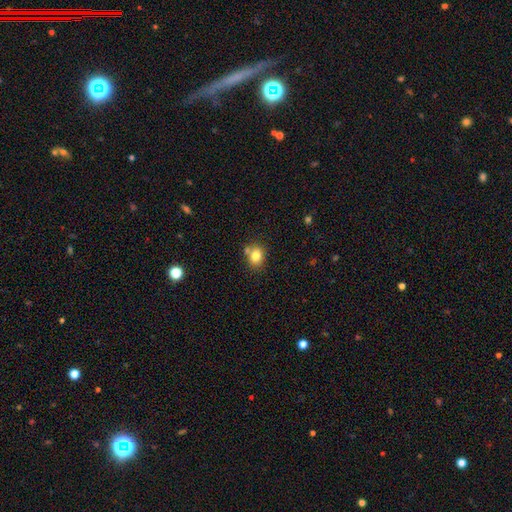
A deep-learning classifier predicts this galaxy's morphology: Smooth or featured? Predicted: smooth (p=0.80). How rounded? Predicted: round (p=0.59). Merging? Predicted: none (p=0.66).